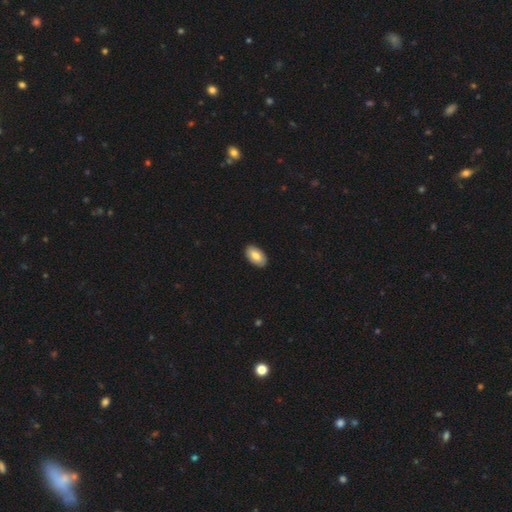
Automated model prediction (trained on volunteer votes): A smooth galaxy with no disk features (78%) that is in between round and cigar-shaped (95%). Merging: none (89%).